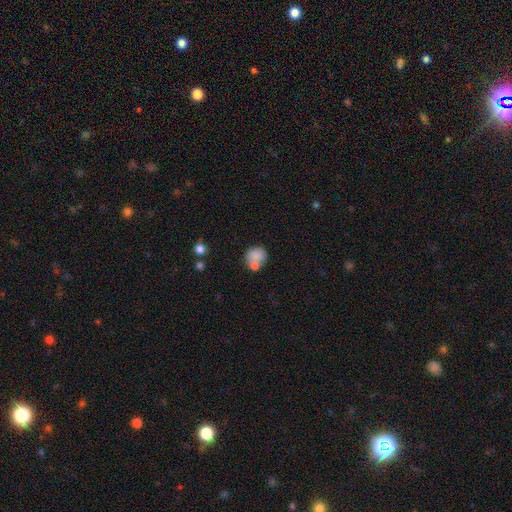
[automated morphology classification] The model was most divided on "merging": none: 52%, merger: 28%, minor disturbance: 14%, major disturbance: 6%. More confident: smooth or featured — smooth (80%); how rounded — round (78%).